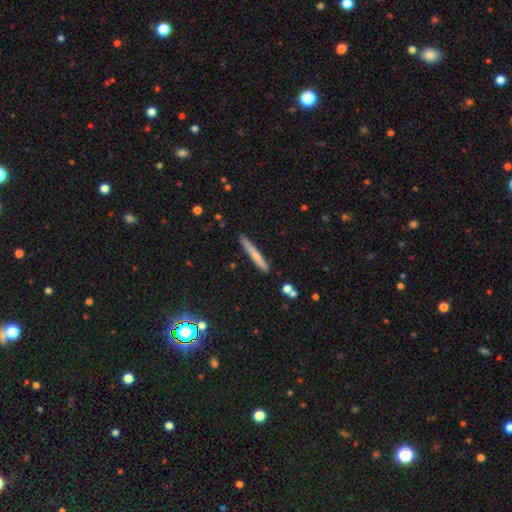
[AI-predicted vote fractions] smooth_or_featured: smooth (p=0.67) [alt: featured or disk p=0.26]
how_rounded: cigar-shaped (p=0.96) [alt: in between p=0.03]
merging: none (p=0.86) [alt: minor disturbance p=0.10]